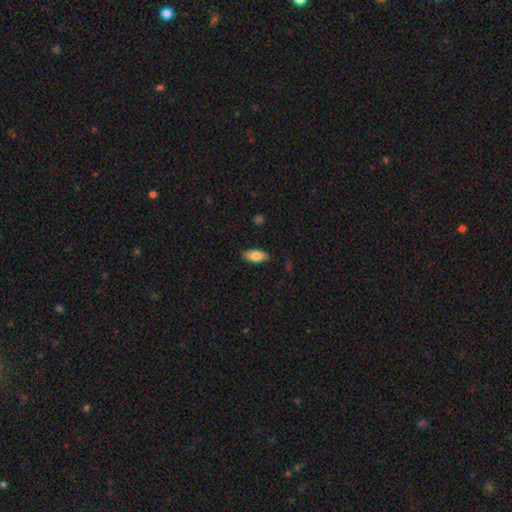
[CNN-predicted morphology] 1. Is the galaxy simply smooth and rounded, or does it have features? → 82% smooth, 12% featured or disk, 6% star or artifact.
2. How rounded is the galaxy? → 89% in between, 9% cigar-shaped, 2% round.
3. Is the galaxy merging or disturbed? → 84% none, 12% minor disturbance, 2% major disturbance, 1% merger.